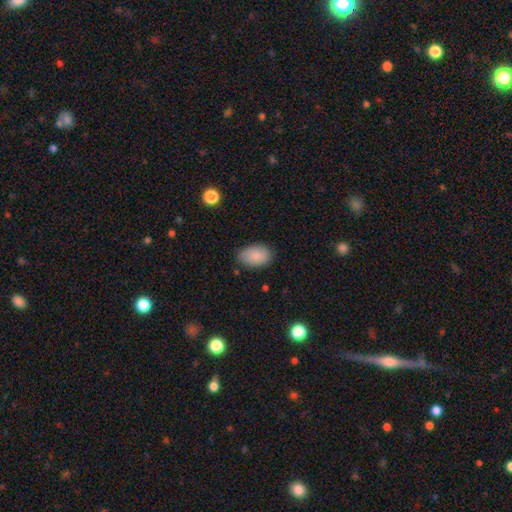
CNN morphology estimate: Smooth or featured?
  - smooth: 87% *
  - star or artifact: 7%
  - featured or disk: 6%
How rounded?
  - in between: 88% *
  - round: 11%
  - cigar-shaped: 1%
Merging?
  - none: 80% *
  - minor disturbance: 16%
  - major disturbance: 3%
  - merger: 1%